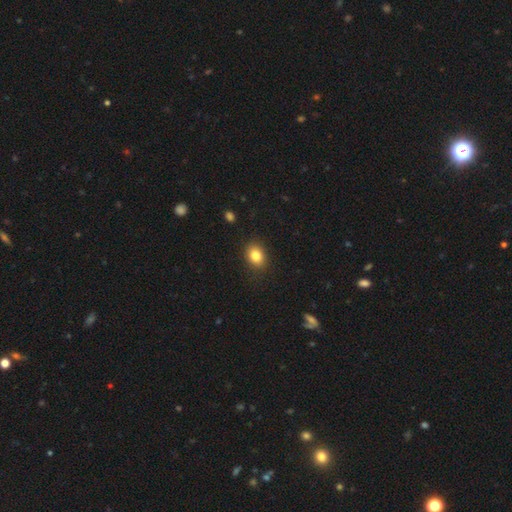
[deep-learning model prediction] Smooth or featured: smooth — 83% (star or artifact — 10%)
How rounded: in between — 58% (round — 41%)
Merging: none — 88% (minor disturbance — 8%)